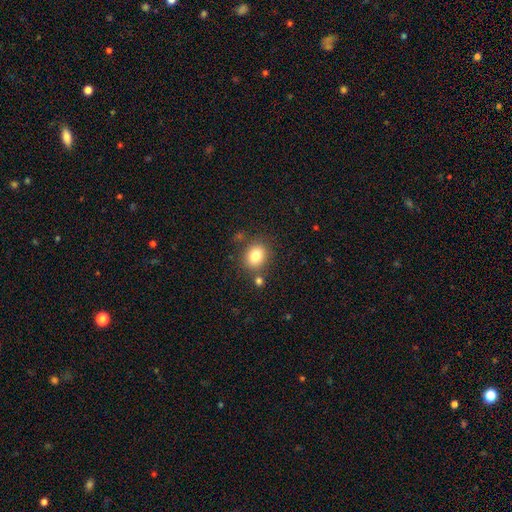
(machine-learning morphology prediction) This appears to be a smooth galaxy with no disk features (81%) that is round (59%). Merging: none (75%).